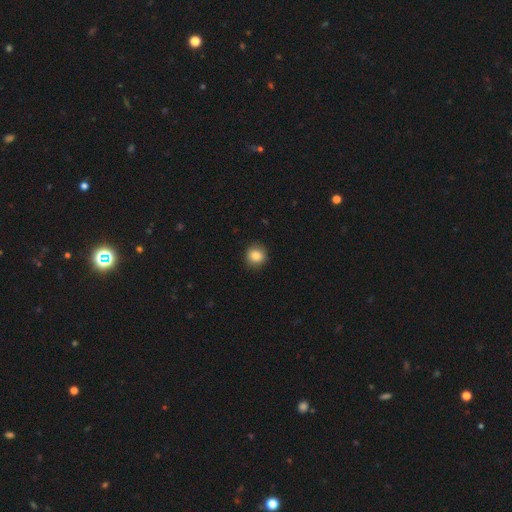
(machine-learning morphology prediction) This is clearly a smooth galaxy (84%). How rounded: clearly round (90%). Merging: clearly none (89%).